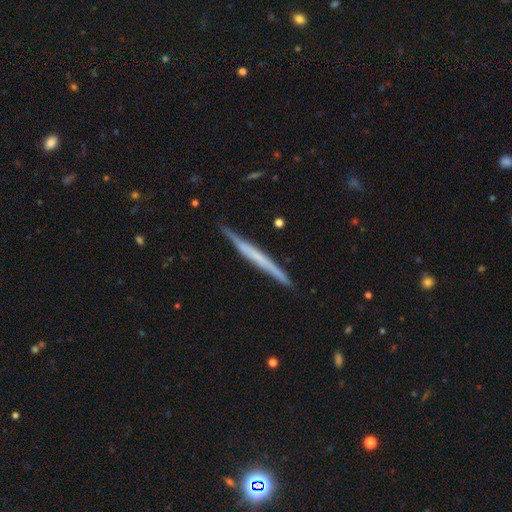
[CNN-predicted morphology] smooth-or-featured: featured or disk: 55% | smooth: 39% | star or artifact: 6%
  disk-edge-on: yes: 96% | no: 4%
    edge-on-bulge: none: 81% | rounded: 11% | boxy: 8%
  merging: none: 85% | minor disturbance: 12% | major disturbance: 2% | merger: 2%